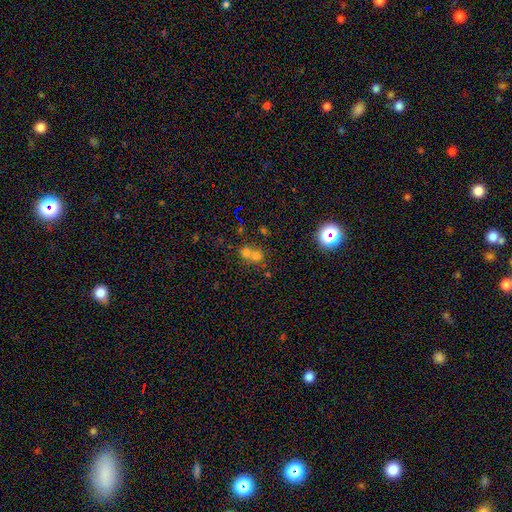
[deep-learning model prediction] Q: Smooth or featured?
A: smooth (63%); runner-up: star or artifact (21%)
Q: How rounded?
A: round (79%); runner-up: in between (20%)
Q: Merging?
A: merger (61%); runner-up: none (31%)